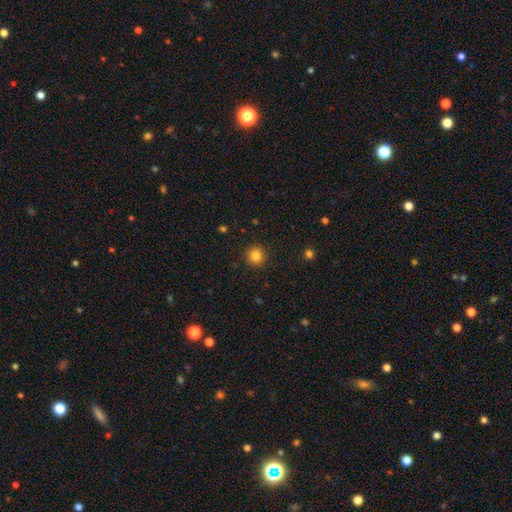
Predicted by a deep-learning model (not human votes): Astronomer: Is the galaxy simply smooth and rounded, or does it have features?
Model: smooth — 83%.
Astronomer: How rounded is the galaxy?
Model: round — 94%.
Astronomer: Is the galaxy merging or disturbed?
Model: none — 92%.